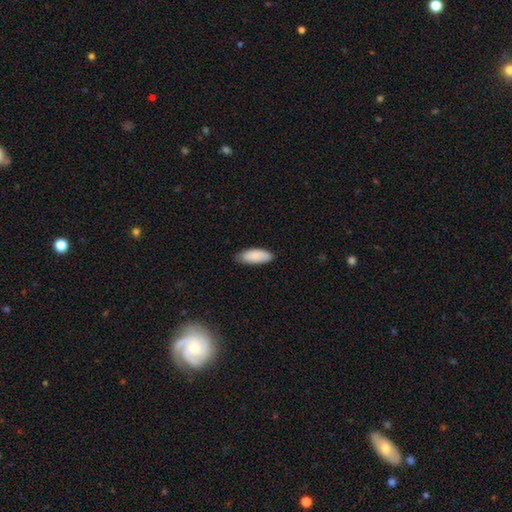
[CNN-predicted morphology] Smooth or featured? smooth (84%)
How rounded? in between (85%)
Merging? none (75%)